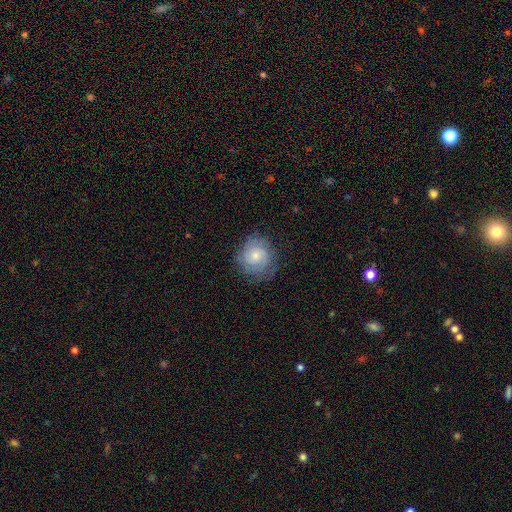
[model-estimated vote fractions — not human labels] This is possibly a smooth galaxy (53%). How rounded: clearly round (84%). Merging: likely none (72%).